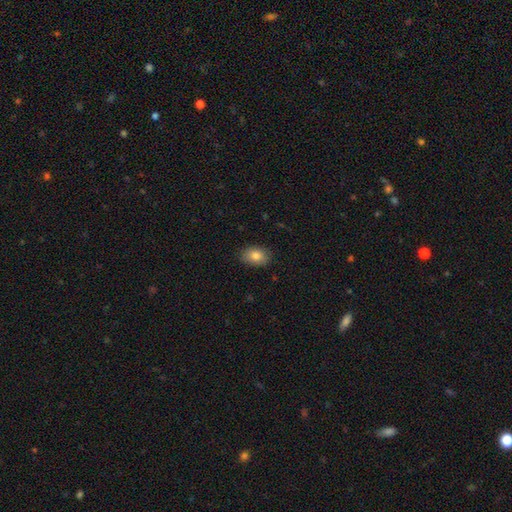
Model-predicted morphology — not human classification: smooth_or_featured: smooth (p=0.82) [alt: featured or disk p=0.10]
how_rounded: in between (p=0.82) [alt: round p=0.17]
merging: none (p=0.85) [alt: minor disturbance p=0.12]